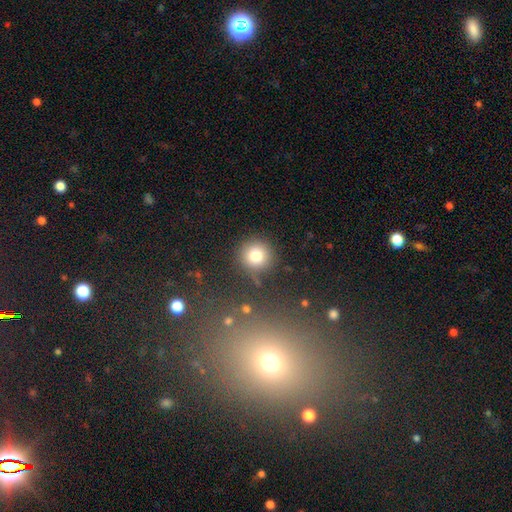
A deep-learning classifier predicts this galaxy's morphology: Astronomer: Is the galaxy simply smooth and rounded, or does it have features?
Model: smooth — 80%.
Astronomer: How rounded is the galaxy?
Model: round — 93%.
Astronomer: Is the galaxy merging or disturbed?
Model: none — 82%.